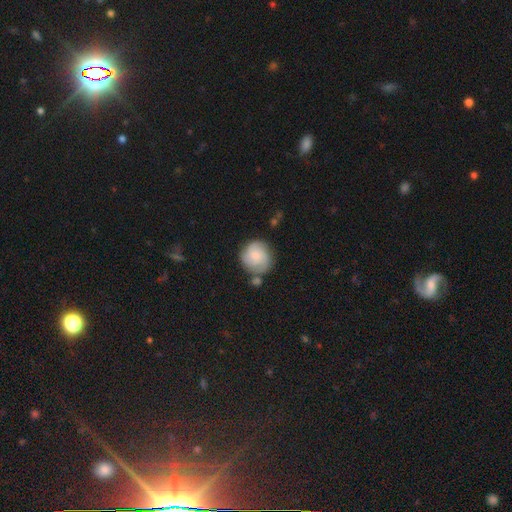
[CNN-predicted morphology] Overall: featured or disk (49%; smooth 44%). Merging: none (66%).